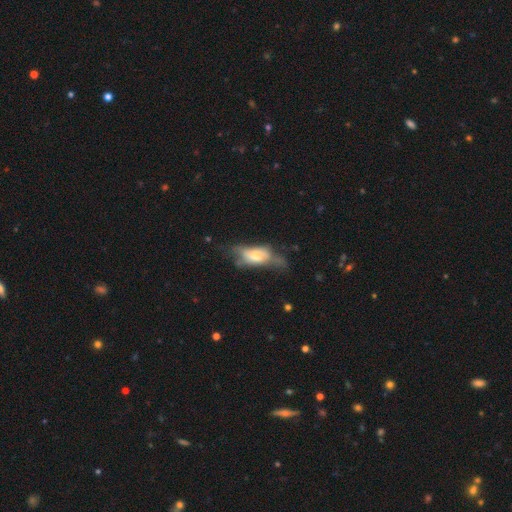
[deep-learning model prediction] smooth_or_featured: smooth (p=0.51) [alt: featured or disk p=0.41]
how_rounded: in between (p=0.81) [alt: cigar-shaped p=0.15]
merging: major disturbance (p=0.35) [alt: minor disturbance p=0.29]